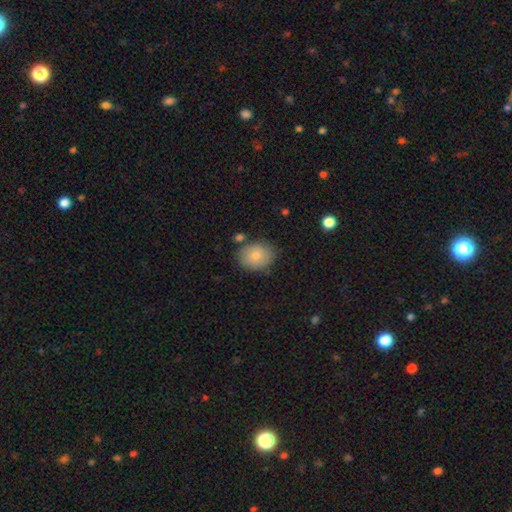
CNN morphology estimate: smooth-or-featured: smooth: 78% | featured or disk: 14% | star or artifact: 8%
  how-rounded: round: 55% | in between: 44% | cigar-shaped: 1%
  merging: none: 75% | minor disturbance: 16% | merger: 5% | major disturbance: 4%